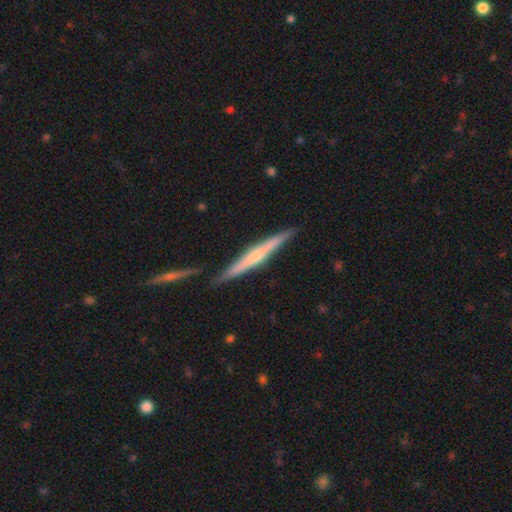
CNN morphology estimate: smooth_or_featured: featured or disk (p=0.63) [alt: smooth p=0.31]
disk_edge_on: yes (p=0.97) [alt: no p=0.03]
edge_on_bulge: rounded (p=0.61) [alt: none p=0.29]
merging: none (p=0.82) [alt: minor disturbance p=0.11]